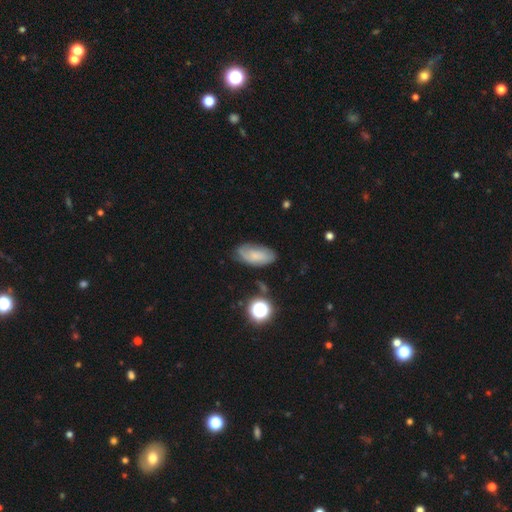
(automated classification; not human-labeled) The model was most divided on "smooth or featured": smooth: 55%, featured or disk: 35%, star or artifact: 10%. More confident: how rounded — in between (90%); merging — none (66%).